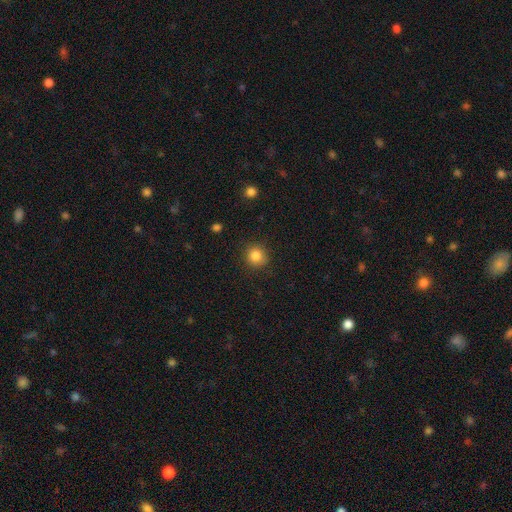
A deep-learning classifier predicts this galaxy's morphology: Smooth or featured: smooth — 84% (star or artifact — 11%)
How rounded: round — 91% (in between — 8%)
Merging: none — 89% (minor disturbance — 8%)